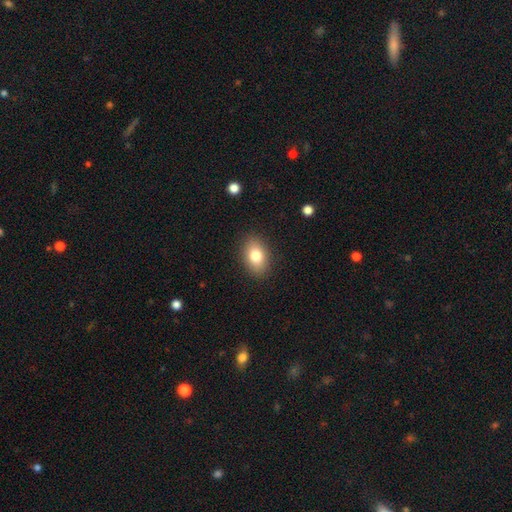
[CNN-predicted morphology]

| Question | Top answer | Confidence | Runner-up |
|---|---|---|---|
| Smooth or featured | smooth | 79% | featured or disk (12%) |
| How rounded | in between | 82% | round (17%) |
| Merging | none | 88% | minor disturbance (9%) |